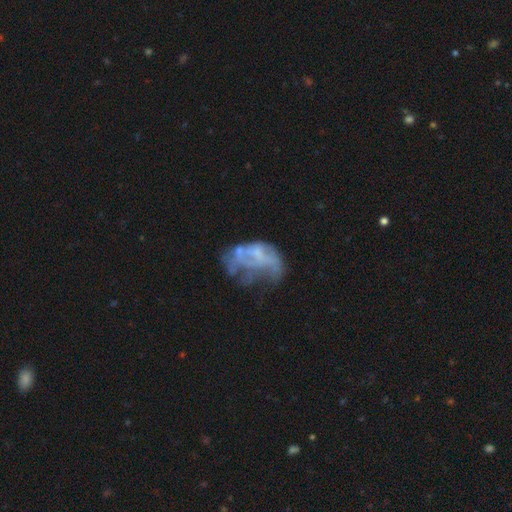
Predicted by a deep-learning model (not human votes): Smooth or featured? featured or disk (60%)
Edge-on disk? no (98%)
Bar? no (83%)
Spiral arms? no (84%)
Bulge size? none (65%)
Merging? major disturbance (44%)